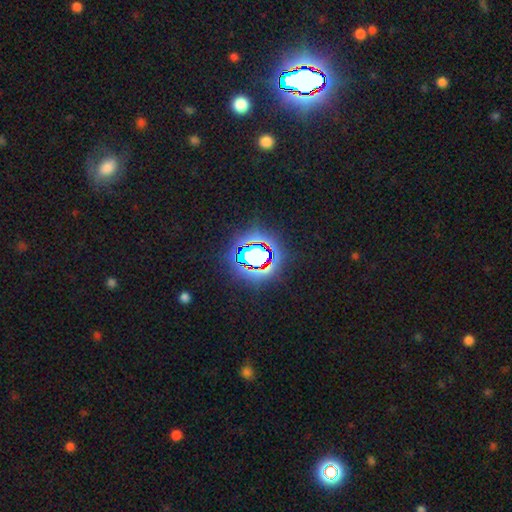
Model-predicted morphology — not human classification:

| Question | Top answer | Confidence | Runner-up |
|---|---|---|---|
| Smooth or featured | star or artifact | 66% | smooth (21%) |